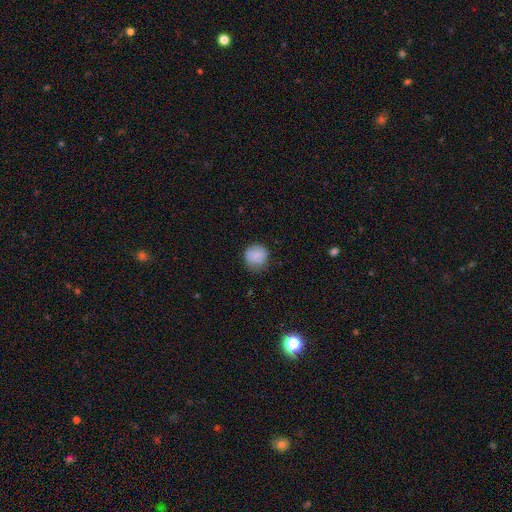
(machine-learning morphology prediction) type=smooth (77%); roundness=round (87%); merging=none (71%).